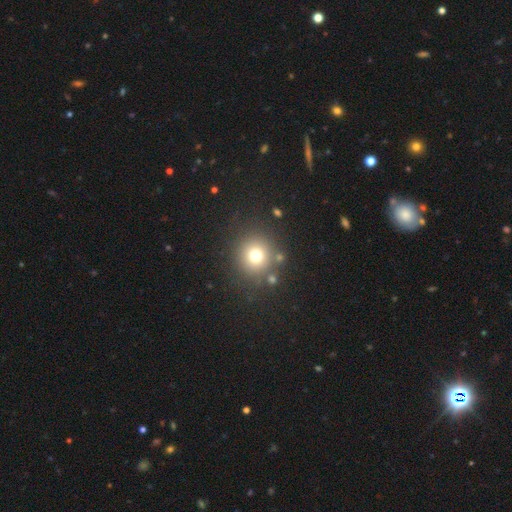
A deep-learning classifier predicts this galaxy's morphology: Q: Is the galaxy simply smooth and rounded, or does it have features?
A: smooth — 72%.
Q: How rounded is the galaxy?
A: round — 92%.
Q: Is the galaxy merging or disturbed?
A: none — 83%.